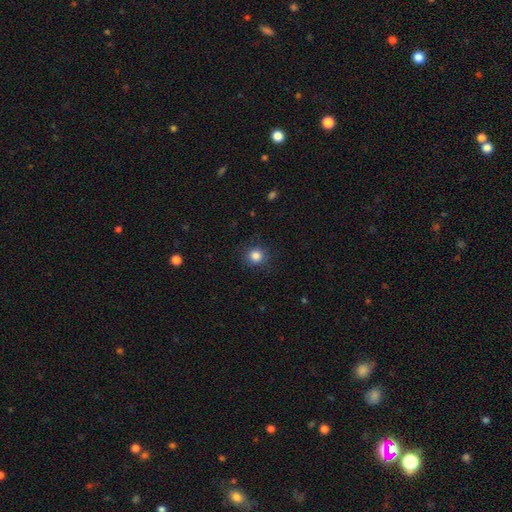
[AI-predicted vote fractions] Overall: smooth (85%). How rounded: round (91%). Merging: none (88%).